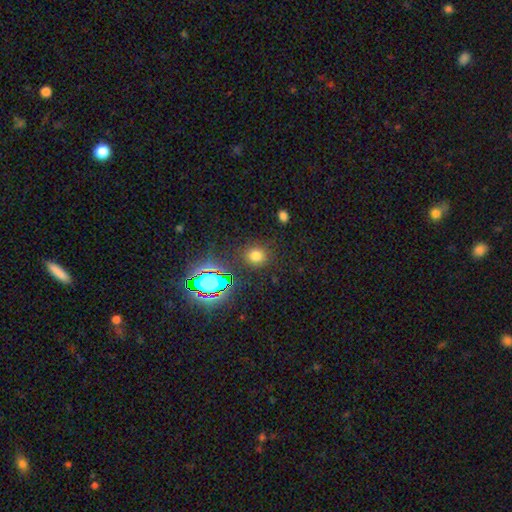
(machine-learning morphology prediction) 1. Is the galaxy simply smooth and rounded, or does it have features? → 69% smooth, 24% star or artifact, 7% featured or disk.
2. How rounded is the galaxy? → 81% round, 17% in between, 1% cigar-shaped.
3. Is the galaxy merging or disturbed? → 85% none, 9% minor disturbance, 4% major disturbance, 2% merger.